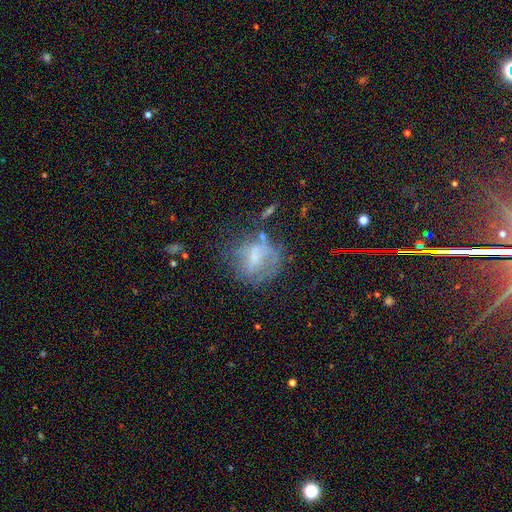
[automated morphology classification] This appears to be a featured or disk galaxy (45%). Merging: none (45%).